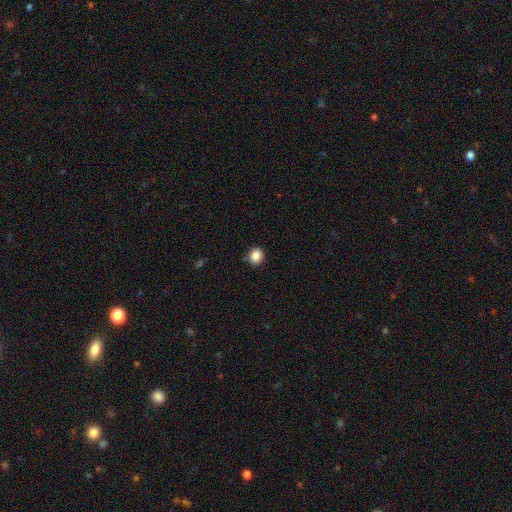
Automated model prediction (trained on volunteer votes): smooth 87%, star or artifact 9%, featured or disk 3%. Down the decision tree: how rounded — round (77%); merging — none (87%).